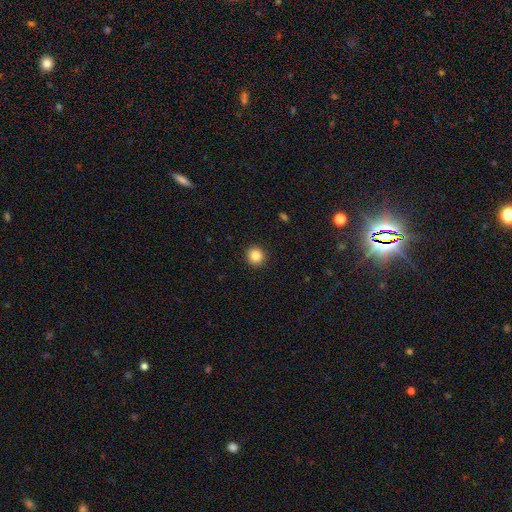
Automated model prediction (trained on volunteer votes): smooth-or-featured: smooth: 86% | star or artifact: 10% | featured or disk: 5%
  how-rounded: round: 93% | in between: 6% | cigar-shaped: 1%
  merging: none: 92% | minor disturbance: 5% | major disturbance: 2% | merger: 1%